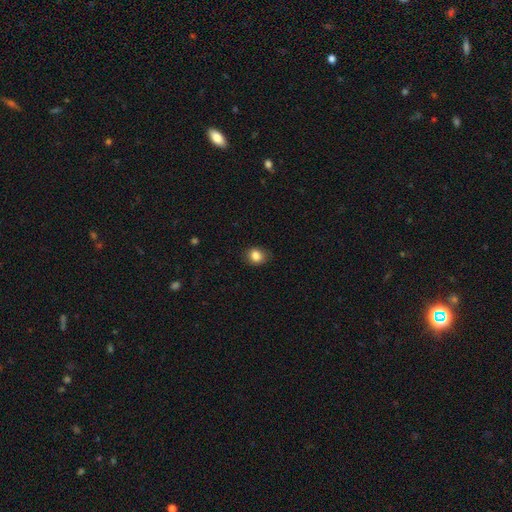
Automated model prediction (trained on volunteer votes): smooth-or-featured: smooth: 85% | star or artifact: 10% | featured or disk: 5%
  how-rounded: round: 63% | in between: 36% | cigar-shaped: 1%
  merging: none: 81% | minor disturbance: 15% | major disturbance: 3% | merger: 1%